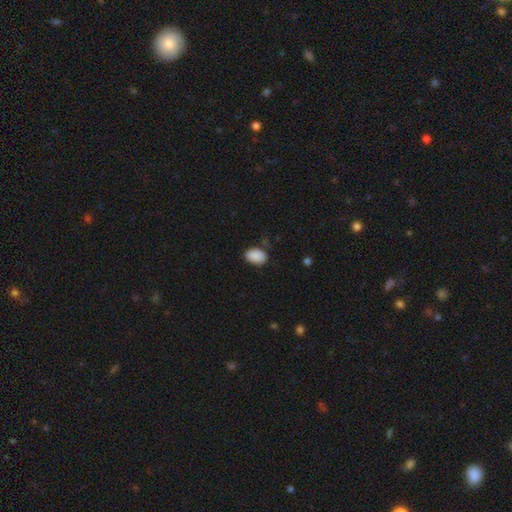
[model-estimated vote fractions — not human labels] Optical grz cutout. It shows a smooth galaxy with no disk features (90%) that is in between round and cigar-shaped (89%). Merging: none (81%).